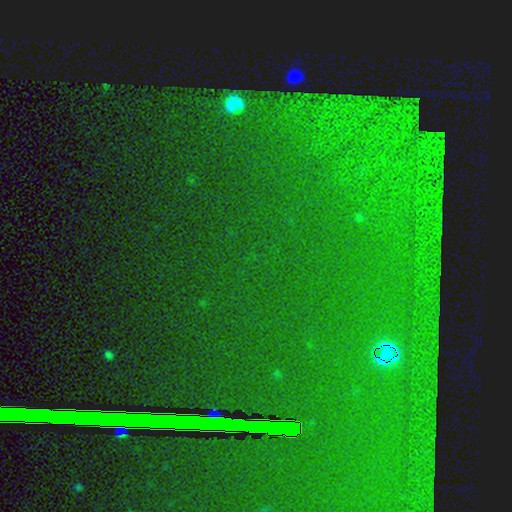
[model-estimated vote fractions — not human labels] smooth_or_featured: star or artifact (p=0.81) [alt: featured or disk p=0.10]